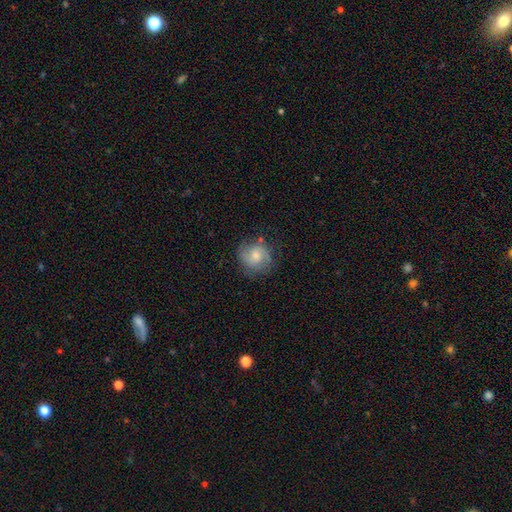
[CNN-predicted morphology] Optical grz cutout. It shows a featured or disk galaxy (55%) with no bar (59%), spiral arms (88%) and a moderate central bulge (47%). Merging: none (71%).